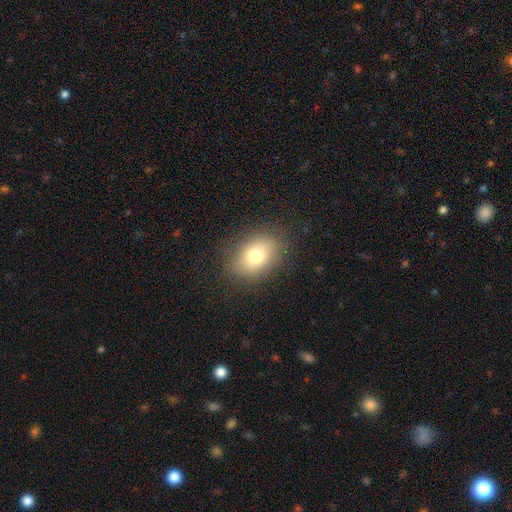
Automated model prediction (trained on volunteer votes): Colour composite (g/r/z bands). It shows a smooth galaxy with no disk features (76%) that is in between round and cigar-shaped (75%). Merging: none (83%).